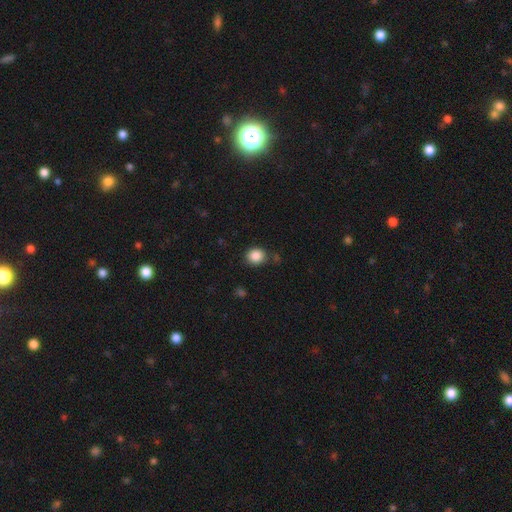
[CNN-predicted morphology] Q: Smooth or featured?
A: smooth (87%); runner-up: star or artifact (9%)
Q: How rounded?
A: round (74%); runner-up: in between (25%)
Q: Merging?
A: none (80%); runner-up: minor disturbance (12%)